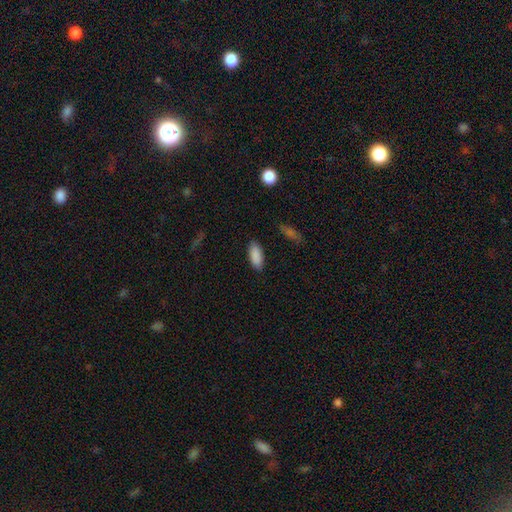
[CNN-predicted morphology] smooth 89%, star or artifact 6%, featured or disk 4%. Down the decision tree: how rounded — in between (86%); merging — none (87%).